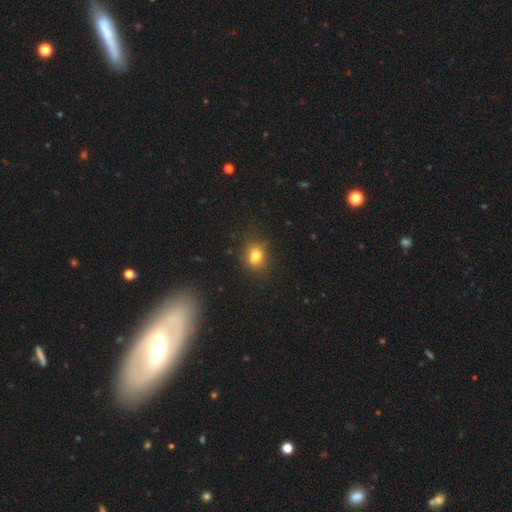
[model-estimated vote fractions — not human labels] Smooth or featured: smooth — 74% (star or artifact — 14%)
How rounded: round — 60% (in between — 38%)
Merging: none — 69% (minor disturbance — 17%)